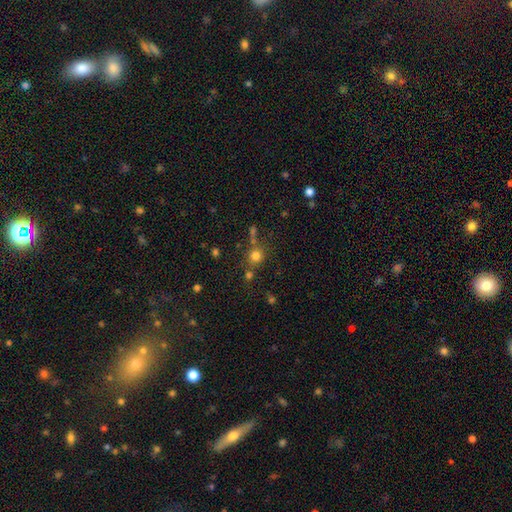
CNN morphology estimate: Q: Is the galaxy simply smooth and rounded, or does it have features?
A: smooth — 76%.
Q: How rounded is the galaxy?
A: round — 89%.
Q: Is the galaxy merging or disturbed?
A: none — 69%.